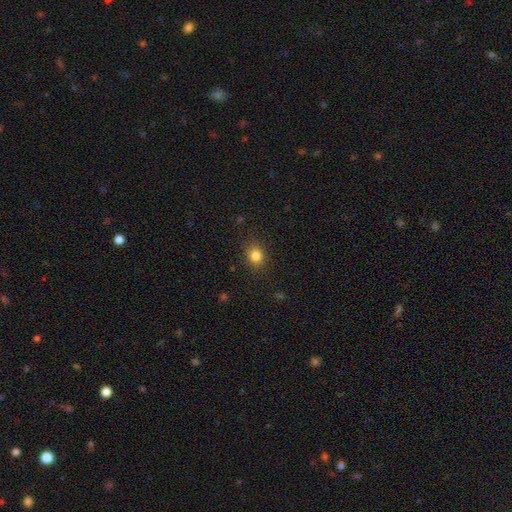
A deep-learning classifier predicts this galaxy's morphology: Smooth or featured? smooth (83%)
How rounded? round (66%)
Merging? none (86%)